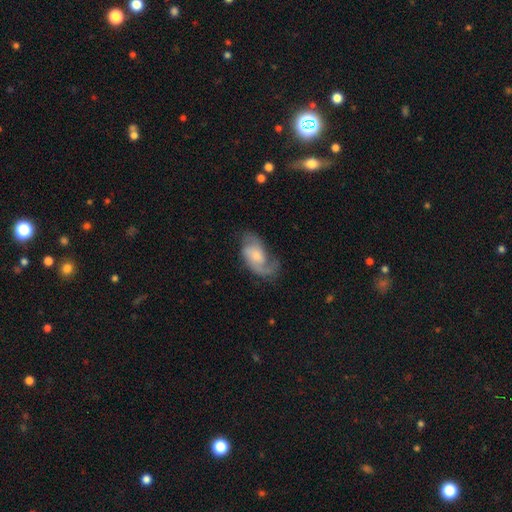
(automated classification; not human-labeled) Overall: featured or disk (71%). Edge-on disk: no (96%). Bar: no (59%; weak 34%). Spiral arms: yes (91%). Spiral arm count: 2 (63%). Spiral winding: medium (45%; loose 37%). Bulge size: small (42%; moderate 41%). Merging: none (56%; minor disturbance 23%).